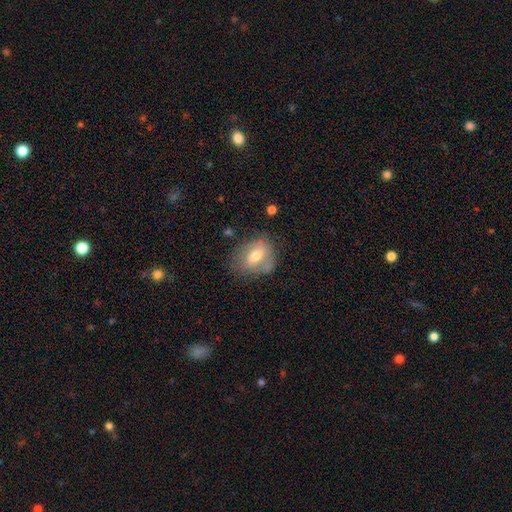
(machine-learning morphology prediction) type=smooth (56%); roundness=in between (64%); merging=none (61%).